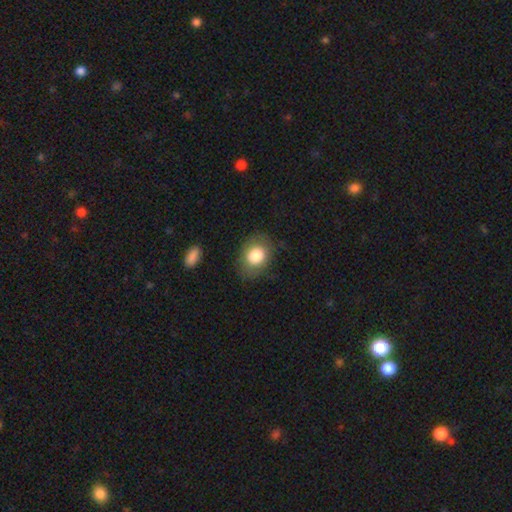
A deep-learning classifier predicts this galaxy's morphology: smooth-or-featured: smooth: 81% | featured or disk: 12% | star or artifact: 7%
  how-rounded: in between: 54% | round: 45% | cigar-shaped: 1%
  merging: none: 77% | minor disturbance: 15% | major disturbance: 6% | merger: 2%